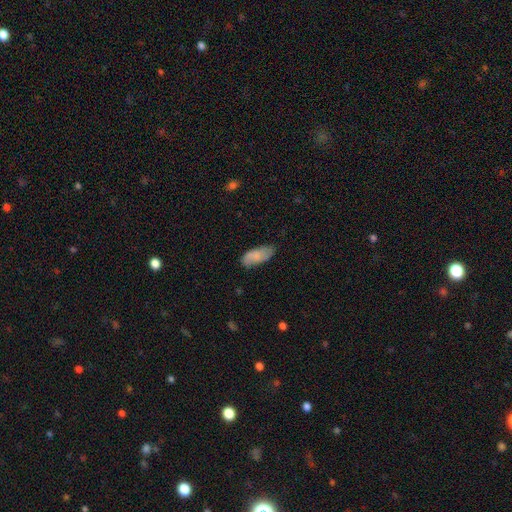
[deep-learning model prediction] A smooth galaxy with no disk features (74%) that is in between round and cigar-shaped (85%). Merging: none (72%).